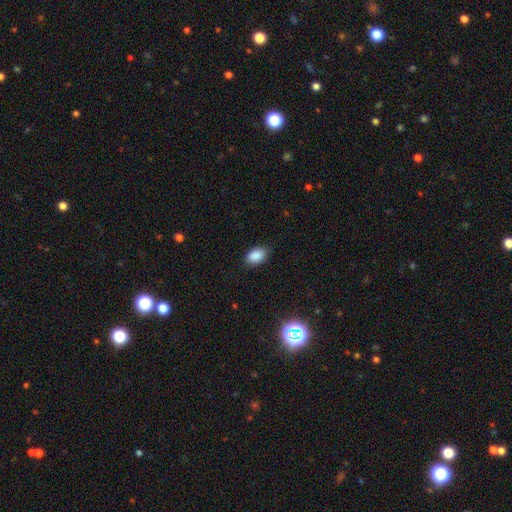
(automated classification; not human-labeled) Smooth or featured? Predicted: smooth (p=0.88). How rounded? Predicted: in between (p=0.90). Merging? Predicted: none (p=0.82).